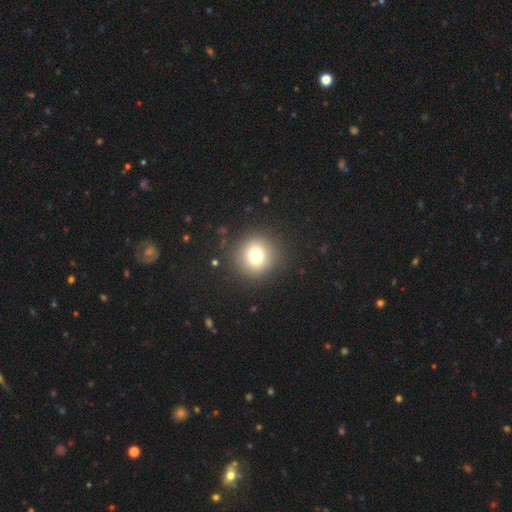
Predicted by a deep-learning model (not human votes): A smooth galaxy with no disk features (76%) that is round (91%). Merging: none (89%).